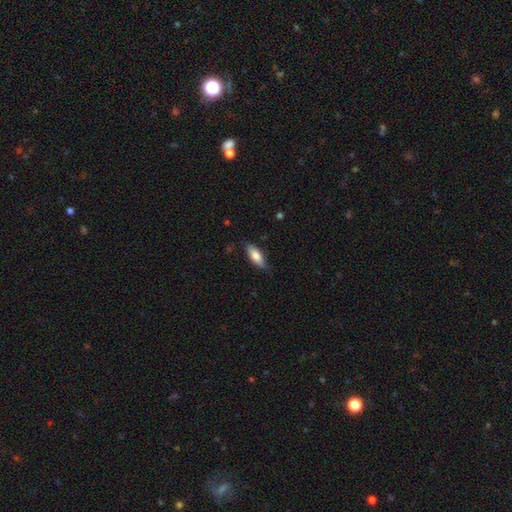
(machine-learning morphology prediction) Smooth or featured? smooth (76%)
How rounded? in between (70%)
Merging? none (78%)